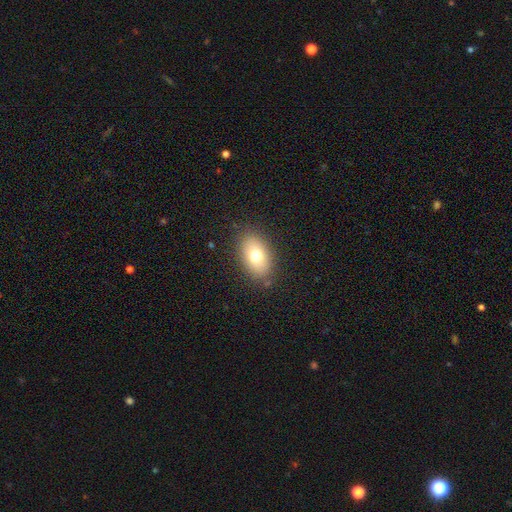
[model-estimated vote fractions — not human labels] The model was most divided on "smooth or featured": smooth: 74%, featured or disk: 16%, star or artifact: 10%. More confident: how rounded — in between (86%); merging — none (84%).